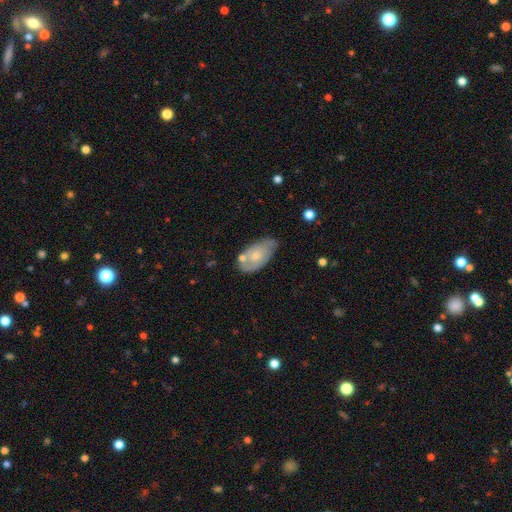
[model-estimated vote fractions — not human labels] Smooth or featured?
  - smooth: 53% *
  - featured or disk: 41%
  - star or artifact: 6%
How rounded?
  - in between: 92% *
  - round: 5%
  - cigar-shaped: 3%
Merging?
  - none: 46% *
  - minor disturbance: 34%
  - merger: 11%
  - major disturbance: 9%